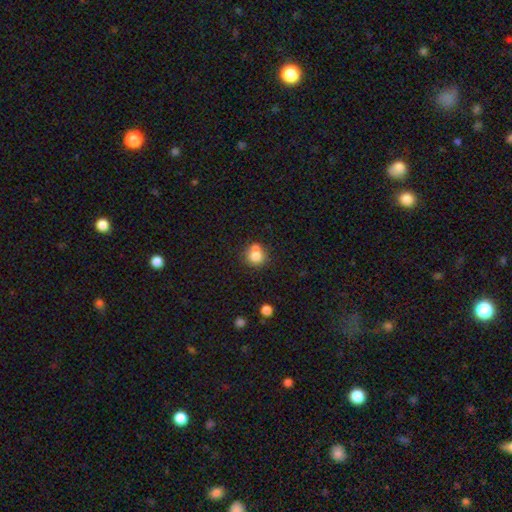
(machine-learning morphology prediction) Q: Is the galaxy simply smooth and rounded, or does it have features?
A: smooth — 78%.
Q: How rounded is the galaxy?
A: round — 81%.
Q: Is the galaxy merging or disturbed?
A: none — 47%.